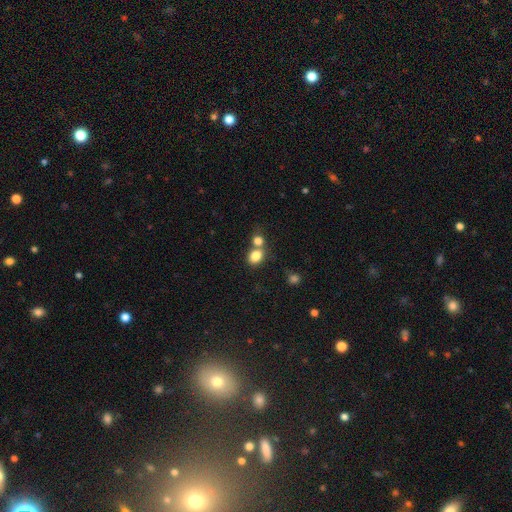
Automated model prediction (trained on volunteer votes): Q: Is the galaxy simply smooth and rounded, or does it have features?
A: smooth — 82%.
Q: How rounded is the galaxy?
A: round — 56%.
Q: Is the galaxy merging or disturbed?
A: none — 47%.